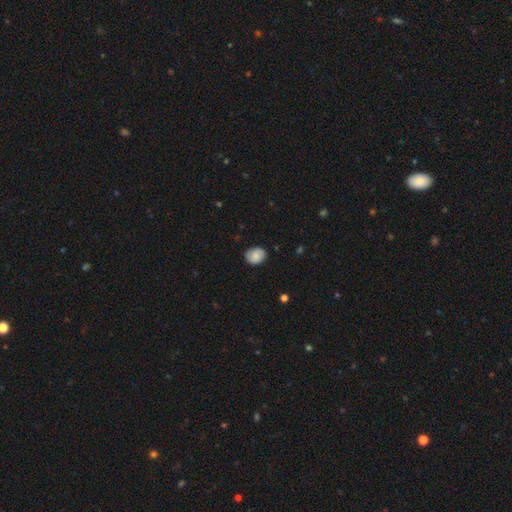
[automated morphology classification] Overall: smooth (72%). How rounded: round (55%; in between 44%). Merging: none (81%).